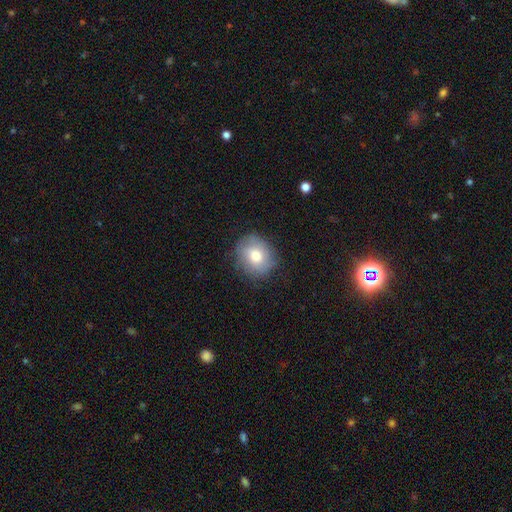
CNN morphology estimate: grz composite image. It shows a smooth galaxy with no disk features (71%) that is round (64%). Merging: none (77%).